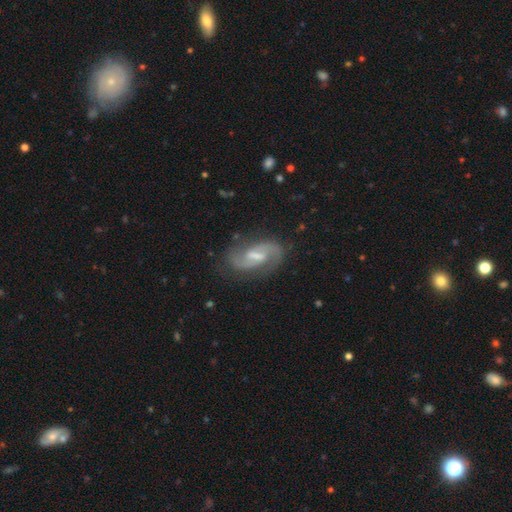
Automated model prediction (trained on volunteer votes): A featured or disk galaxy (86%) with a weak bar (58%), 2 (90%) medium (55%) spiral arms (96%) and a moderate central bulge (40%).

Vote fractions:
- Smooth or featured? featured or disk: 86% / smooth: 8% / star or artifact: 6%
- Edge-on disk? no: 96% / yes: 4%
- Bar? weak: 58% / strong: 25% / no: 17%
- Spiral arms? yes: 96% / no: 4%
- Spiral winding? medium: 55% / loose: 24% / tight: 21%
- Spiral arm count? 2: 90% / can't tell: 4% / 1: 2% / 3: 2% / 4: 1% / more than 4: 1%
- Bulge size? moderate: 40% / small: 38% / none: 15% / large: 5% / dominant: 1%
- Merging? none: 77% / minor disturbance: 15% / major disturbance: 6% / merger: 2%